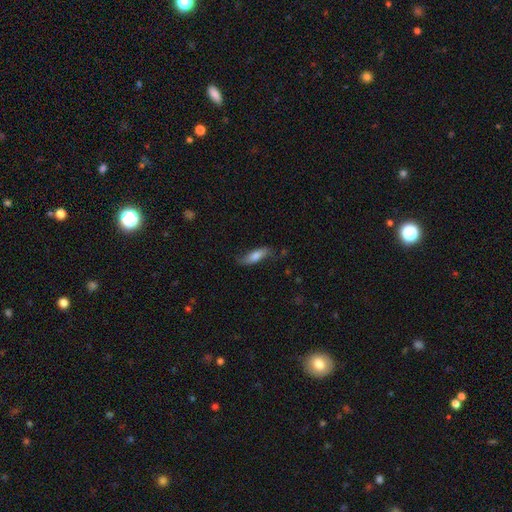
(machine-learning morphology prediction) Smooth or featured? smooth (59%)
How rounded? in between (56%)
Merging? none (66%)